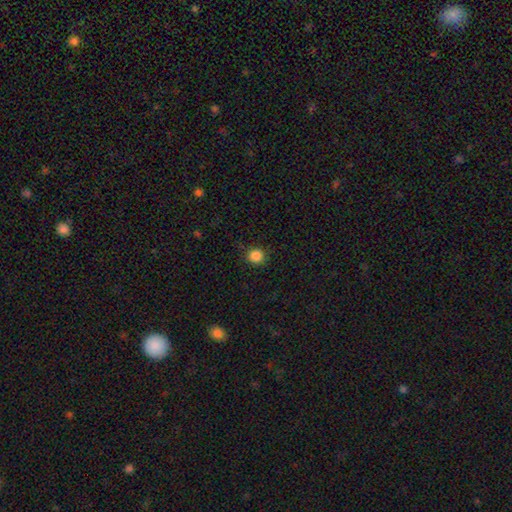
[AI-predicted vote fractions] Overall: smooth (85%). How rounded: round (90%). Merging: none (88%).